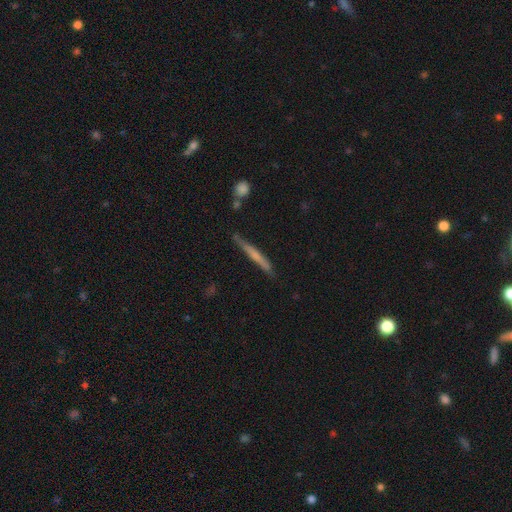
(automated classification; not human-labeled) smooth 50%, featured or disk 44%, star or artifact 6%. Down the decision tree: how rounded — cigar-shaped (96%); merging — none (81%).